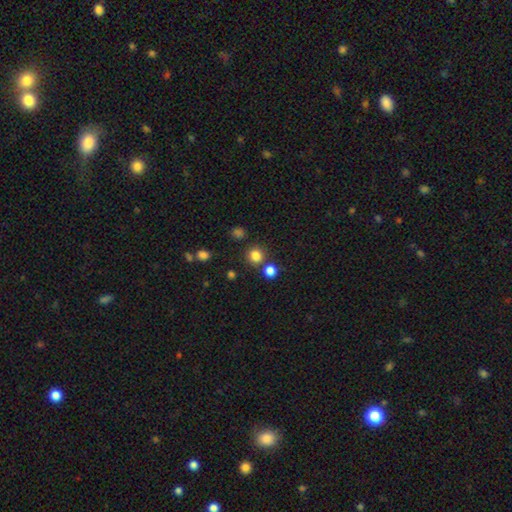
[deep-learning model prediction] This appears to be a smooth galaxy with no disk features (81%) that is round (90%). Merging: none (77%).